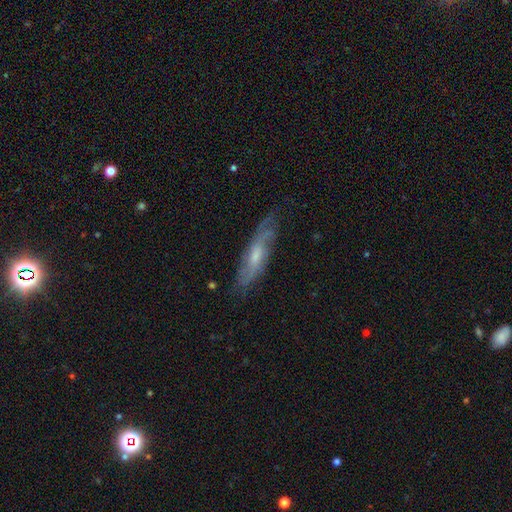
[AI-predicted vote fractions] Smooth or featured? Predicted: featured or disk (p=0.65). Edge-on disk? Predicted: no (p=0.59). Merging? Predicted: none (p=0.73).